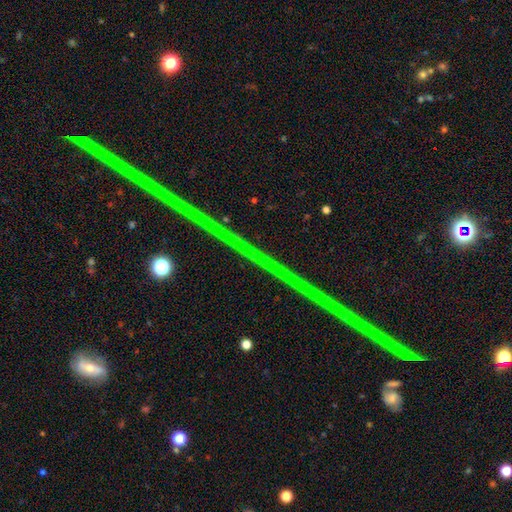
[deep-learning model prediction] This appears to be a star or artifact, not a galaxy (87%).